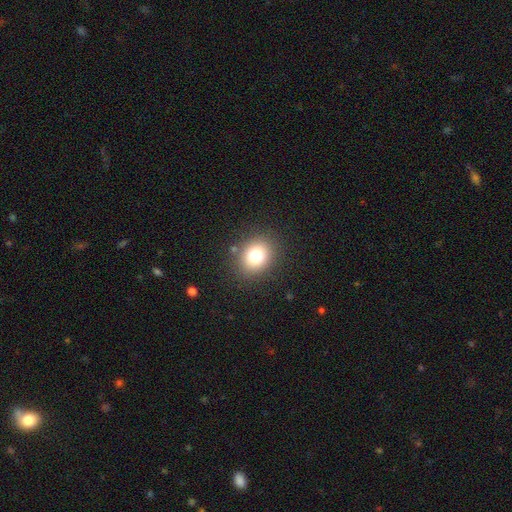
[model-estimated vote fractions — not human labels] This appears to be a smooth galaxy with no disk features (77%) that is round (60%). Merging: none (85%).